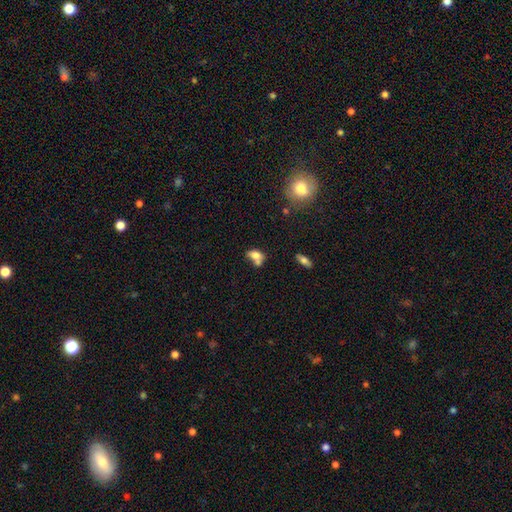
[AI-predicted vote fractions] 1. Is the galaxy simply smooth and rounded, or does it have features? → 73% smooth, 17% featured or disk, 10% star or artifact.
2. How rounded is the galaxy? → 79% in between, 17% round, 4% cigar-shaped.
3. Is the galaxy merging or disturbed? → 49% merger, 29% none, 14% minor disturbance, 7% major disturbance.